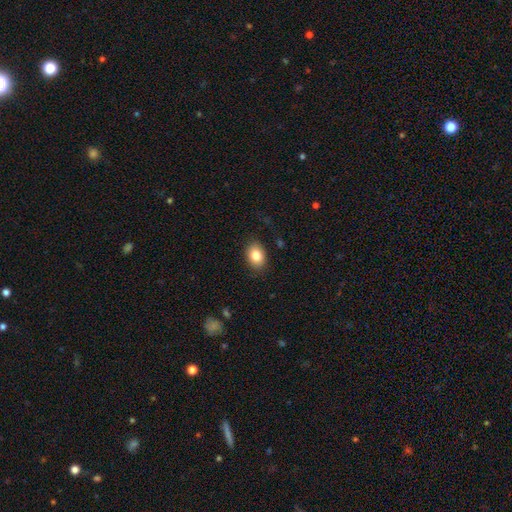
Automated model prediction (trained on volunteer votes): Smooth or featured? smooth (83%)
How rounded? in between (75%)
Merging? none (86%)